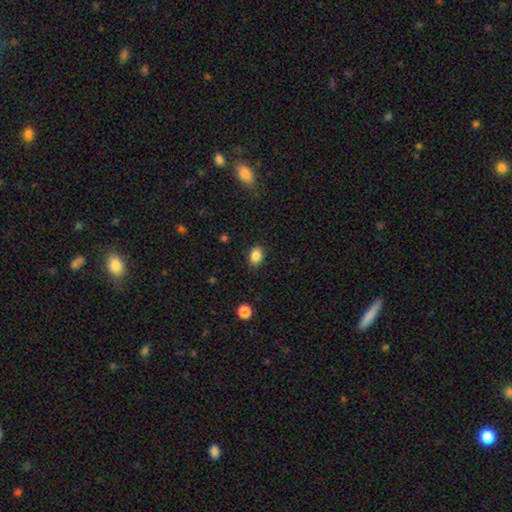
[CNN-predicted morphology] This is clearly a smooth galaxy (86%). How rounded: likely in between (69%). Merging: clearly none (88%).